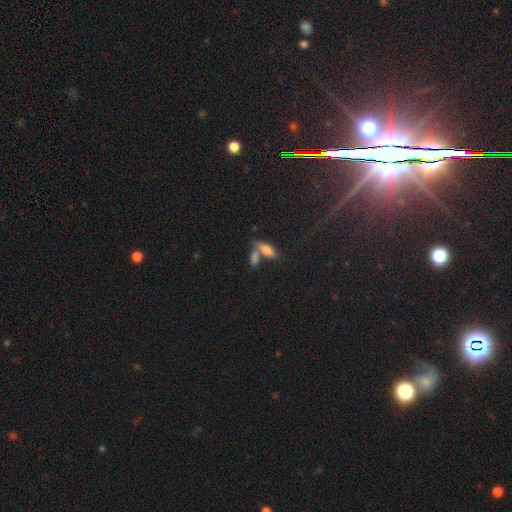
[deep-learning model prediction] The model was most divided on "merging": merger: 47%, none: 38%, minor disturbance: 9%, major disturbance: 5%. More confident: how rounded — in between (67%); smooth or featured — smooth (60%).